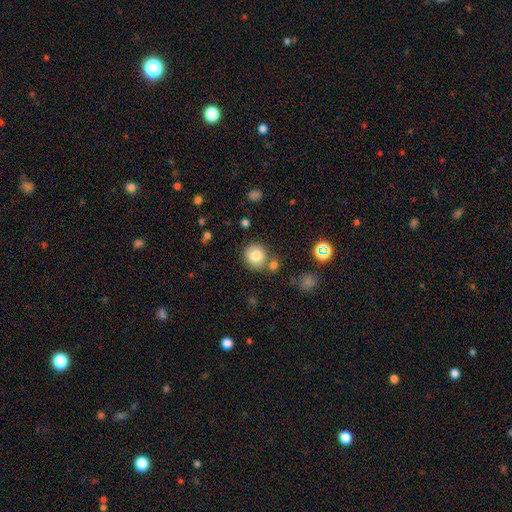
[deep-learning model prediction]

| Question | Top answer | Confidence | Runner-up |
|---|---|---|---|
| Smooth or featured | smooth | 80% | star or artifact (11%) |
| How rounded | round | 86% | in between (13%) |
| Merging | none | 73% | merger (13%) |